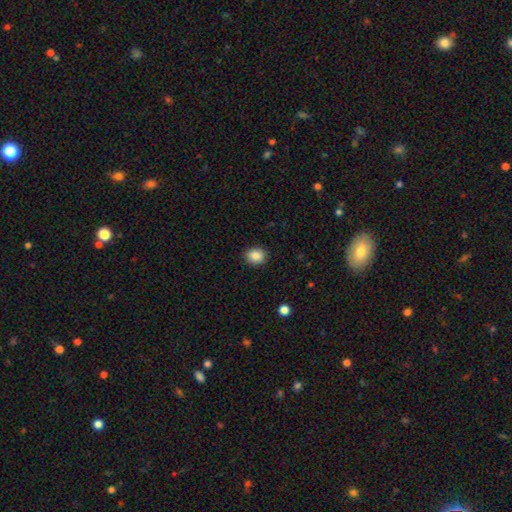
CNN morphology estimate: type=smooth (87%); roundness=round (65%); merging=none (89%).